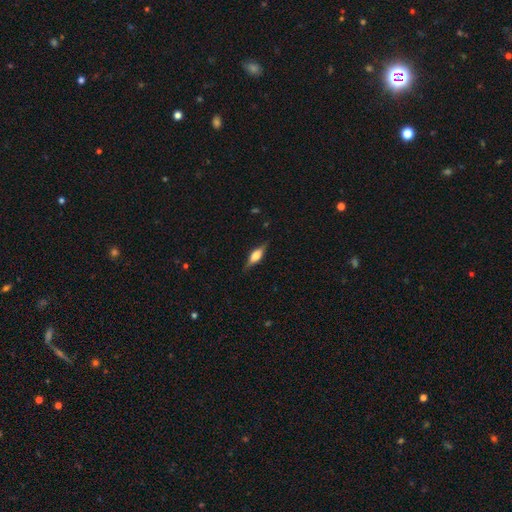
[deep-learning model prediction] Smooth or featured? featured or disk (49%)
Merging? none (82%)